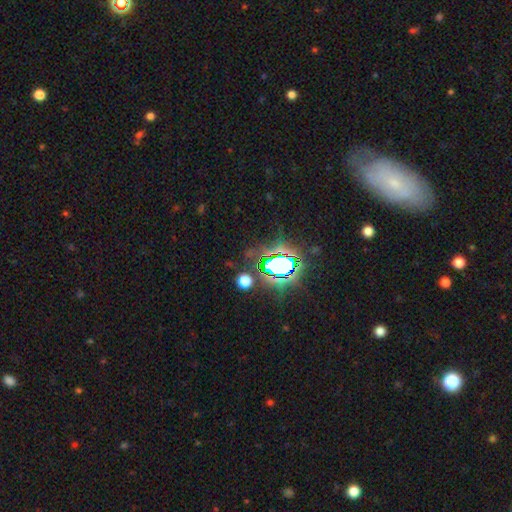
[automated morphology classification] This appears to be a star or artifact, not a galaxy (72%).